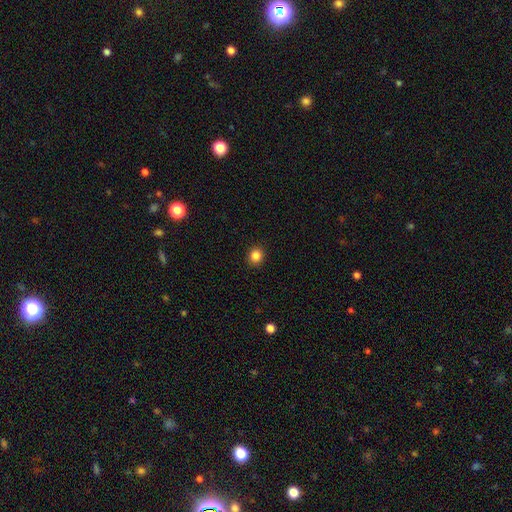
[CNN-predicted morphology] smooth-or-featured: smooth: 85% | star or artifact: 11% | featured or disk: 4%
  how-rounded: round: 87% | in between: 12% | cigar-shaped: 1%
  merging: none: 92% | minor disturbance: 5% | major disturbance: 2% | merger: 1%